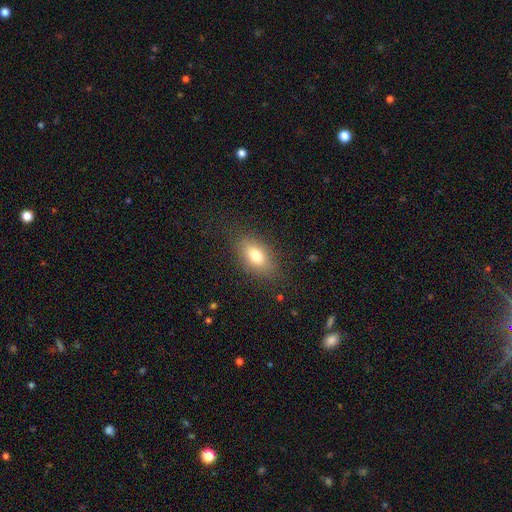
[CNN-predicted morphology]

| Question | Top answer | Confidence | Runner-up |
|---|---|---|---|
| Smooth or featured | smooth | 76% | featured or disk (14%) |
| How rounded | in between | 86% | round (10%) |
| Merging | none | 83% | minor disturbance (12%) |